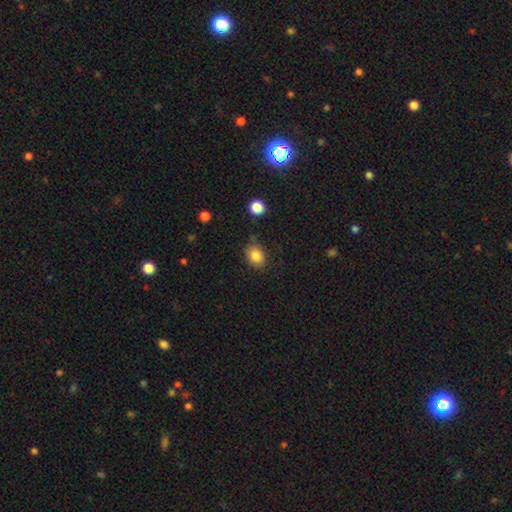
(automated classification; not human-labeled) A smooth galaxy with no disk features (84%) that is in between round and cigar-shaped (50%).

Vote fractions:
- Smooth or featured? smooth: 84% / star or artifact: 10% / featured or disk: 6%
- How rounded? in between: 50% / round: 49% / cigar-shaped: 1%
- Merging? none: 79% / minor disturbance: 14% / major disturbance: 3% / merger: 3%